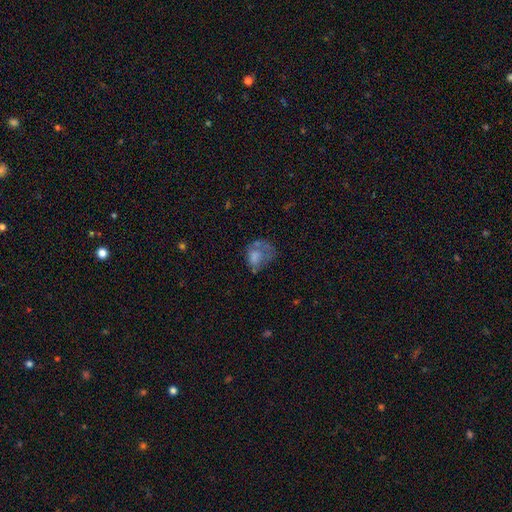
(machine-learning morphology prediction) Smooth or featured? Predicted: smooth (p=0.57). How rounded? Predicted: in between (p=0.59). Merging? Predicted: major disturbance (p=0.38).